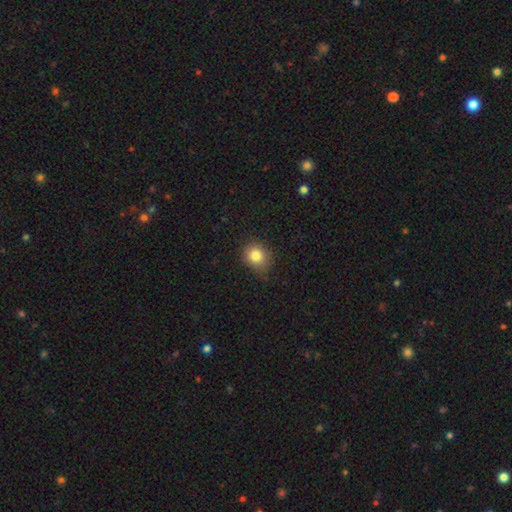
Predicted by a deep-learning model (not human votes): This is clearly a smooth galaxy (83%). How rounded: likely round (72%). Merging: likely none (74%).